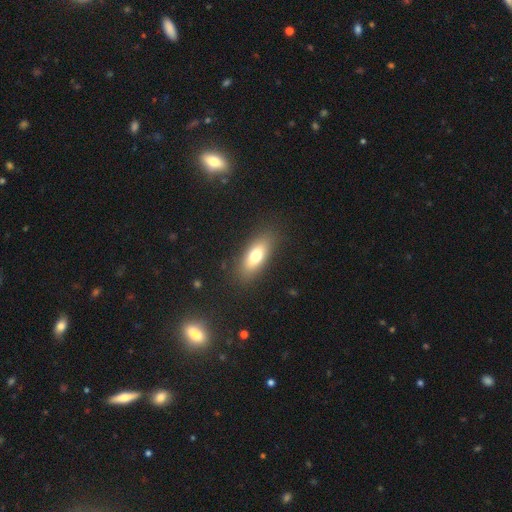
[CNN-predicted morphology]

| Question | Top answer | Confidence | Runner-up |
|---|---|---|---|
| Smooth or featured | smooth | 71% | featured or disk (21%) |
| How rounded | in between | 73% | cigar-shaped (23%) |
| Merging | none | 85% | minor disturbance (10%) |